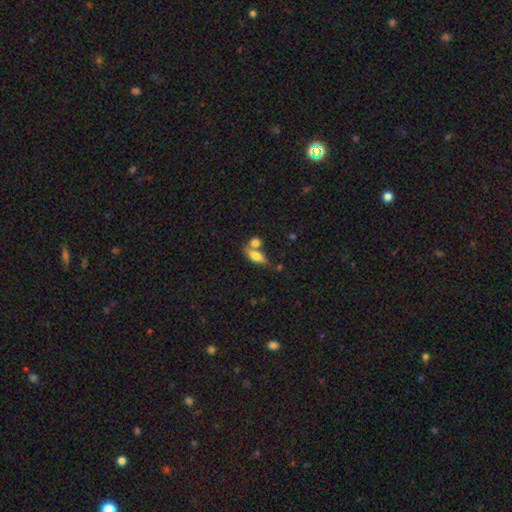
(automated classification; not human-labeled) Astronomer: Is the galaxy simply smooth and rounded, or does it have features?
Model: smooth — 70%.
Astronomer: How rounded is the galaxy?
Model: in between — 71%.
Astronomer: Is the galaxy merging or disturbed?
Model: none — 44% (runner-up: merger, 38%).